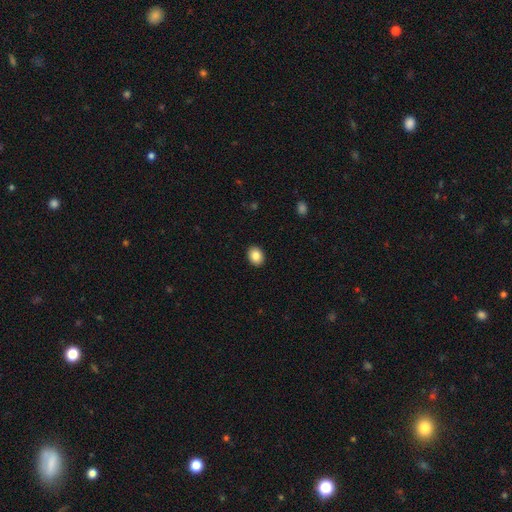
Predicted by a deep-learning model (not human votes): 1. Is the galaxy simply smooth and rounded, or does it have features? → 86% smooth, 8% star or artifact, 6% featured or disk.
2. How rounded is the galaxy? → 59% in between, 40% round, 1% cigar-shaped.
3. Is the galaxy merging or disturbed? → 91% none, 6% minor disturbance, 2% major disturbance, 1% merger.